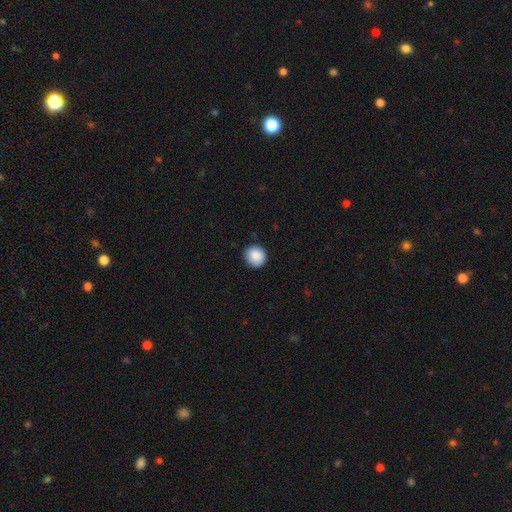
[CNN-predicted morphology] Smooth or featured?
  - smooth: 89% *
  - star or artifact: 8%
  - featured or disk: 3%
How rounded?
  - round: 88% *
  - in between: 11%
  - cigar-shaped: 1%
Merging?
  - none: 89% *
  - minor disturbance: 9%
  - major disturbance: 2%
  - merger: 1%